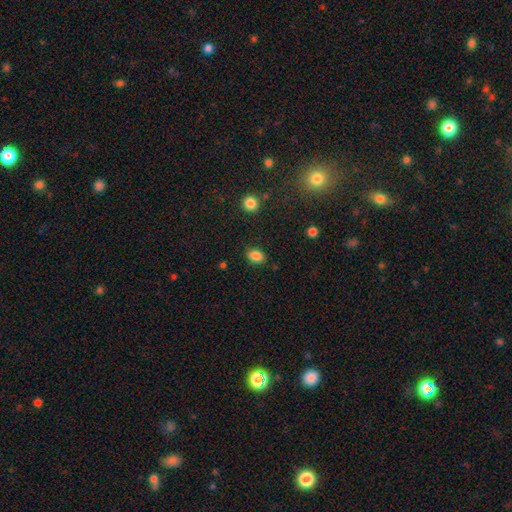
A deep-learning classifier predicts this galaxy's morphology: smooth_or_featured: smooth (p=0.85) [alt: star or artifact p=0.10]
how_rounded: in between (p=0.79) [alt: round p=0.19]
merging: none (p=0.84) [alt: minor disturbance p=0.12]